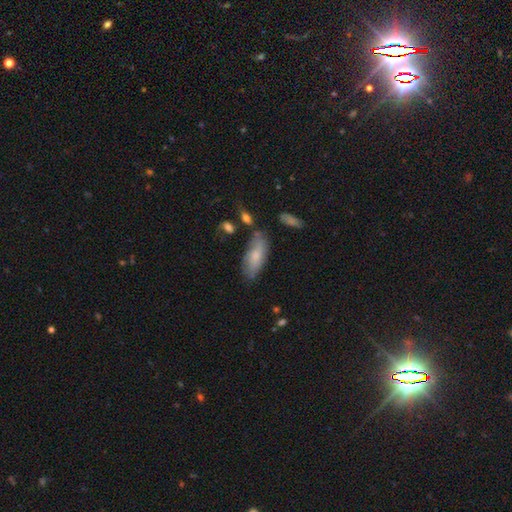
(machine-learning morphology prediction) Q: Smooth or featured?
A: smooth (66%); runner-up: featured or disk (27%)
Q: How rounded?
A: in between (81%); runner-up: cigar-shaped (17%)
Q: Merging?
A: none (66%); runner-up: minor disturbance (22%)